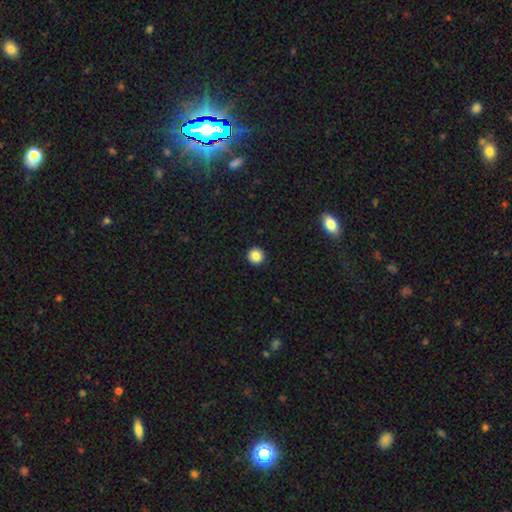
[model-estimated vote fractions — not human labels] Smooth or featured: smooth — 86% (star or artifact — 10%)
How rounded: round — 94% (in between — 5%)
Merging: none — 93% (minor disturbance — 5%)